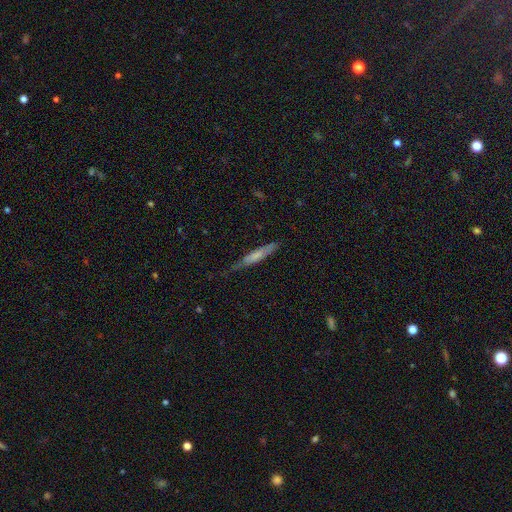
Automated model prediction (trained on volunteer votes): smooth-or-featured: smooth: 64% | featured or disk: 30% | star or artifact: 6%
  how-rounded: cigar-shaped: 90% | in between: 9% | round: 1%
  merging: none: 61% | minor disturbance: 29% | major disturbance: 7% | merger: 2%